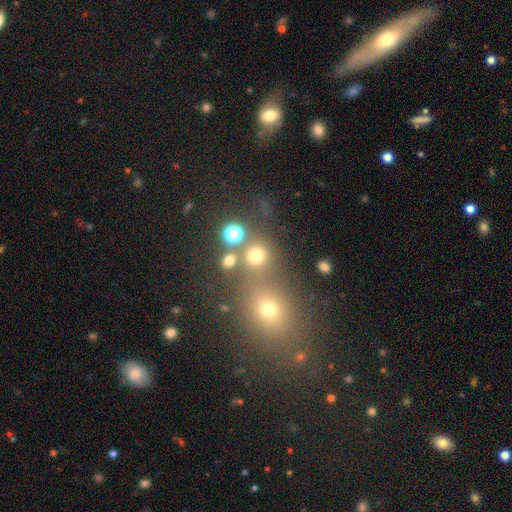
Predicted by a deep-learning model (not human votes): Smooth or featured? Predicted: smooth (p=0.70). How rounded? Predicted: round (p=0.85). Merging? Predicted: none (p=0.58).